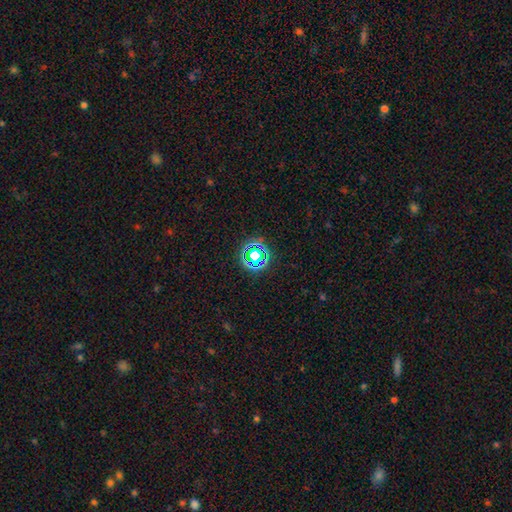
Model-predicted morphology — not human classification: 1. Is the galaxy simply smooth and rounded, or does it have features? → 66% star or artifact, 23% smooth, 11% featured or disk.